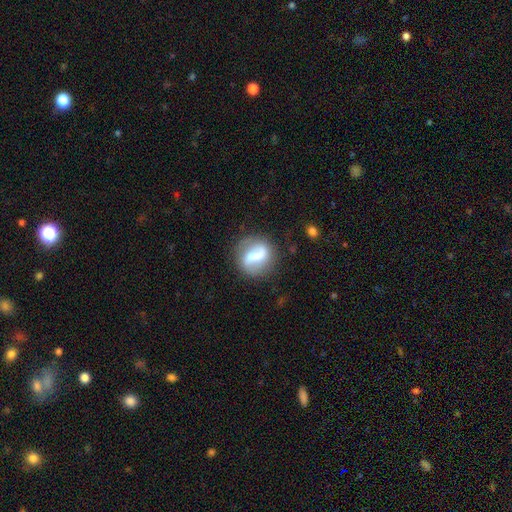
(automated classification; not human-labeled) smooth-or-featured: featured or disk: 59% | smooth: 34% | star or artifact: 8%
  disk-edge-on: no: 96% | yes: 4%
    bar: strong: 54% | weak: 29% | no: 17%
    has-spiral-arms: yes: 71% | no: 29%
    bulge-size: none: 30% | moderate: 25% | small: 24% | large: 15% | dominant: 6%
  merging: none: 68% | minor disturbance: 18% | major disturbance: 10% | merger: 4%